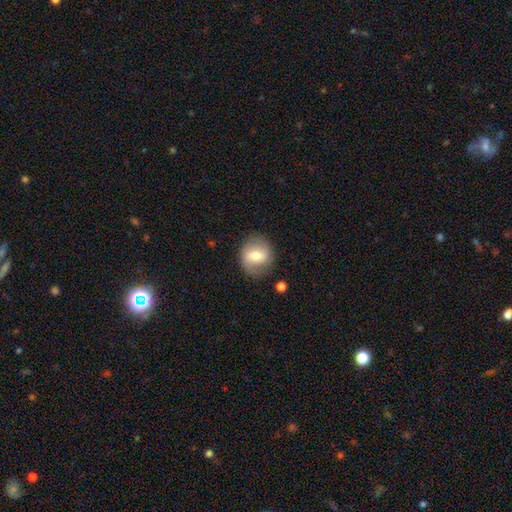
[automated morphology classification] smooth-or-featured: smooth: 53% | featured or disk: 40% | star or artifact: 7%
  how-rounded: round: 77% | in between: 22% | cigar-shaped: 1%
  merging: none: 80% | minor disturbance: 14% | major disturbance: 5% | merger: 2%